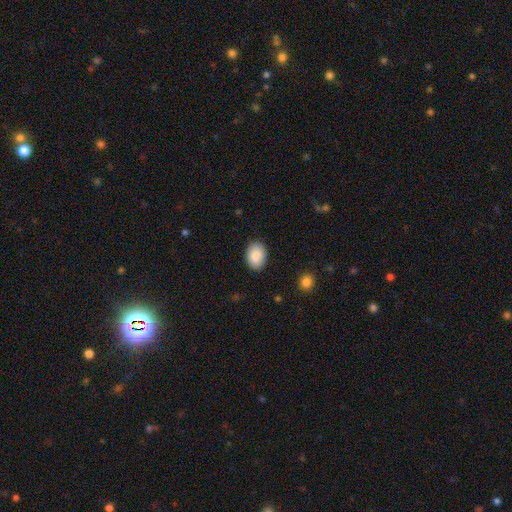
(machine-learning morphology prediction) Smooth or featured? Predicted: smooth (p=0.87). How rounded? Predicted: in between (p=0.82). Merging? Predicted: none (p=0.88).